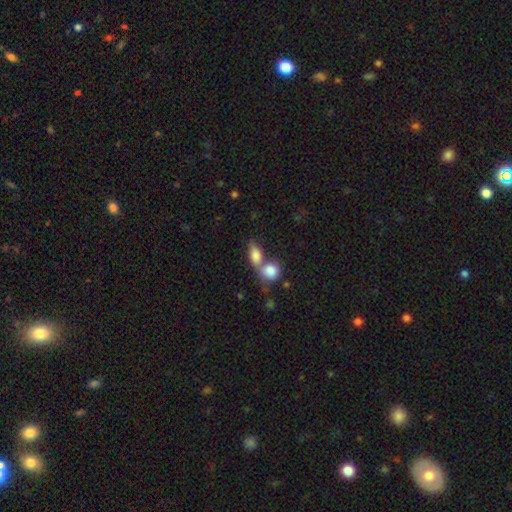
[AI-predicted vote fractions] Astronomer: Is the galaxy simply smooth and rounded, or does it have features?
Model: smooth — 82%.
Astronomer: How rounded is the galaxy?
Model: in between — 74%.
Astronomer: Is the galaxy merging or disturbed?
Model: merger — 59%.